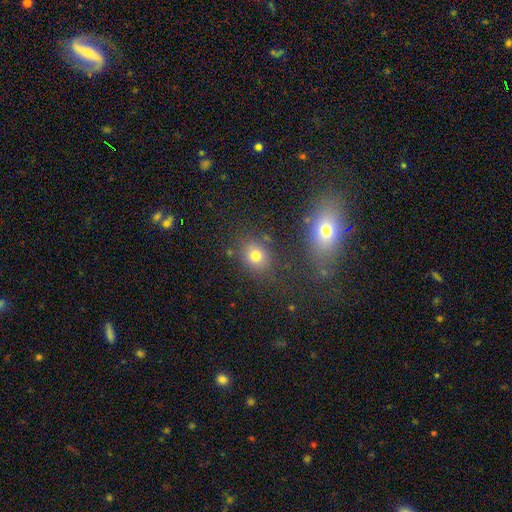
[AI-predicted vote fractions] Morphology: type=smooth (74%); roundness=round (62%); merging=none (77%).